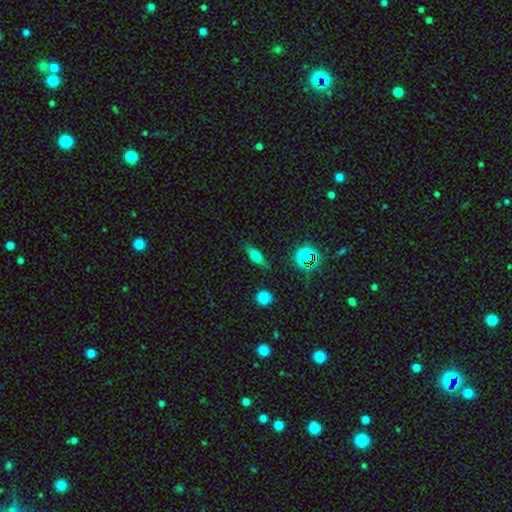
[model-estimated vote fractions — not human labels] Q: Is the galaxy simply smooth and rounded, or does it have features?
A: smooth — 57%.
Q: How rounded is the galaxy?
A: in between — 53%.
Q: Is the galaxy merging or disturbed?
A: none — 83%.